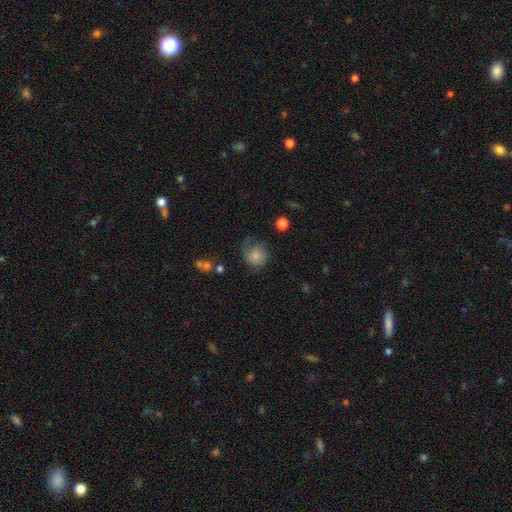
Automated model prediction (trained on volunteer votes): smooth-or-featured: smooth: 69% | featured or disk: 21% | star or artifact: 9%
  how-rounded: round: 79% | in between: 20% | cigar-shaped: 1%
  merging: none: 46% | minor disturbance: 28% | major disturbance: 23% | merger: 3%